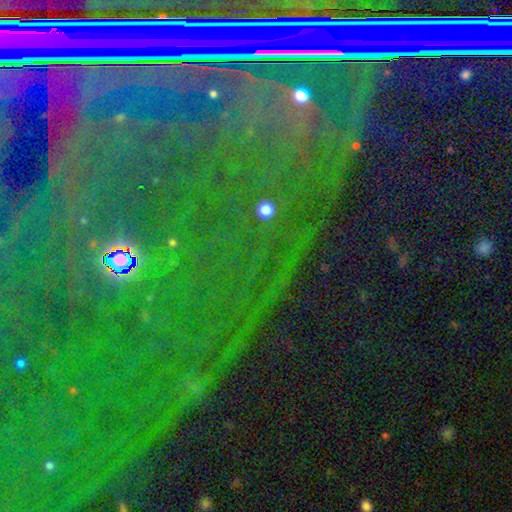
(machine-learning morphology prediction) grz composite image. It shows a star or artifact, not a galaxy (84%).